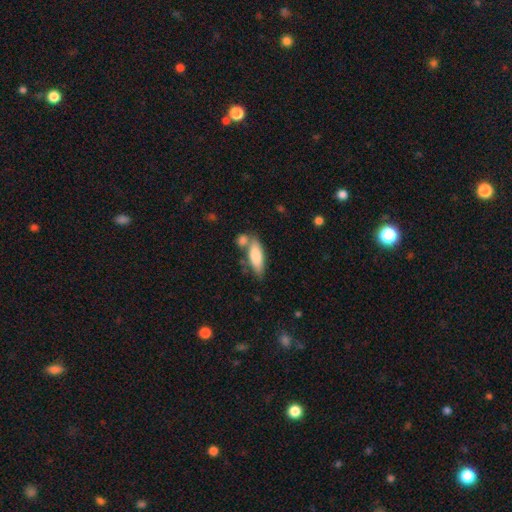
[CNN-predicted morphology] A smooth galaxy with no disk features (78%) that is in between round and cigar-shaped (61%). Merging: none (54%).